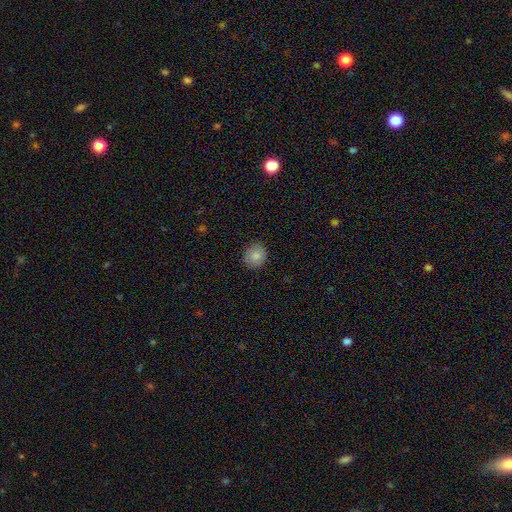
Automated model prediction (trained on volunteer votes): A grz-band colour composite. It shows a smooth galaxy with no disk features (84%) that is round (78%). Merging: none (88%).